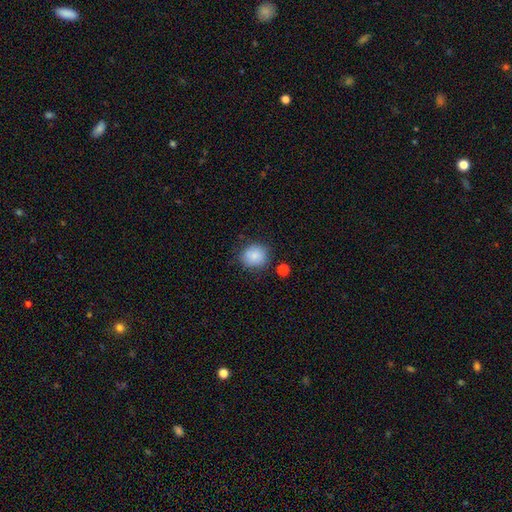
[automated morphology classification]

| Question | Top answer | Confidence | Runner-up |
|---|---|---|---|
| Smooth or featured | smooth | 85% | star or artifact (9%) |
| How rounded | round | 82% | in between (17%) |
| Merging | none | 79% | minor disturbance (14%) |